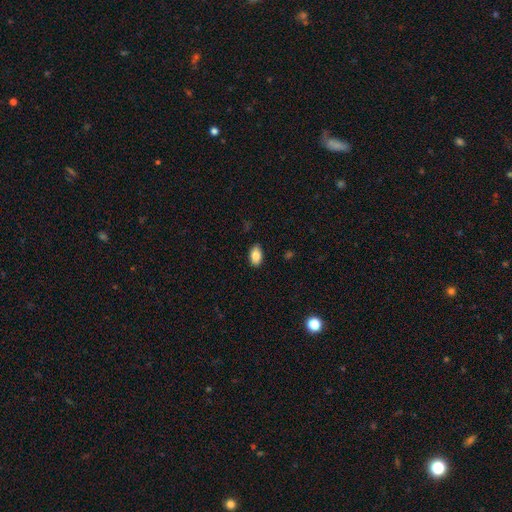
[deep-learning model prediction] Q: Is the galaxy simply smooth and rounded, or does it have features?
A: smooth — 86%.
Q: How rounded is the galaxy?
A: in between — 93%.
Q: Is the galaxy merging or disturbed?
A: none — 86%.